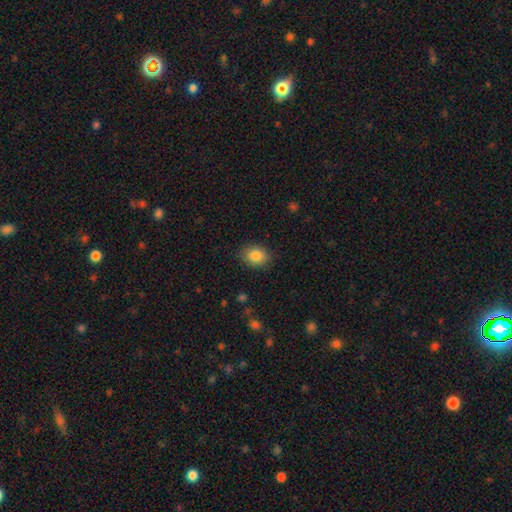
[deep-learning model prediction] A smooth galaxy with no disk features (85%) that is in between round and cigar-shaped (51%). Merging: none (86%).